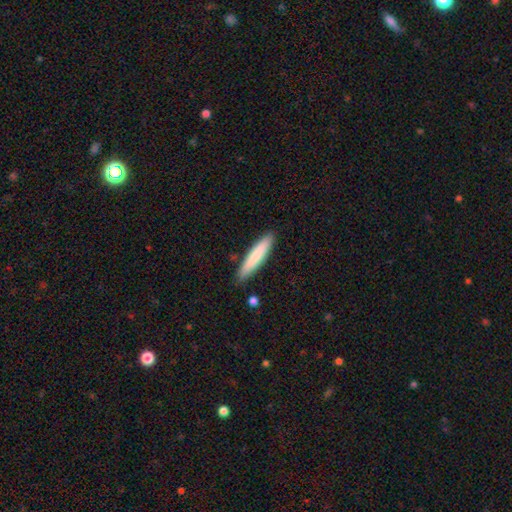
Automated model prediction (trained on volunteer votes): The model was most divided on "smooth or featured": smooth: 79%, featured or disk: 15%, star or artifact: 5%. More confident: how rounded — cigar-shaped (89%); merging — none (88%).